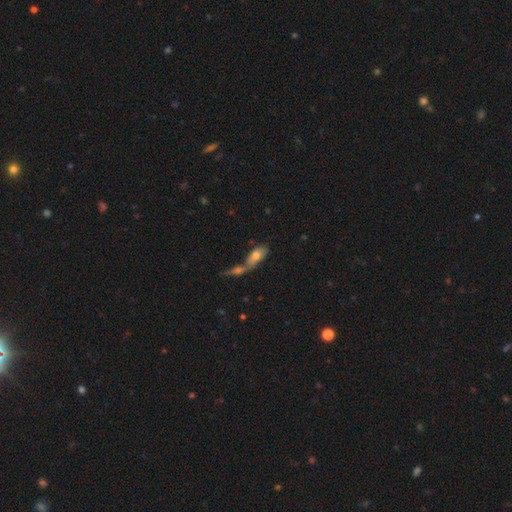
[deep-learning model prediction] Smooth or featured? Predicted: smooth (p=0.68). How rounded? Predicted: in between (p=0.86). Merging? Predicted: merger (p=0.63).